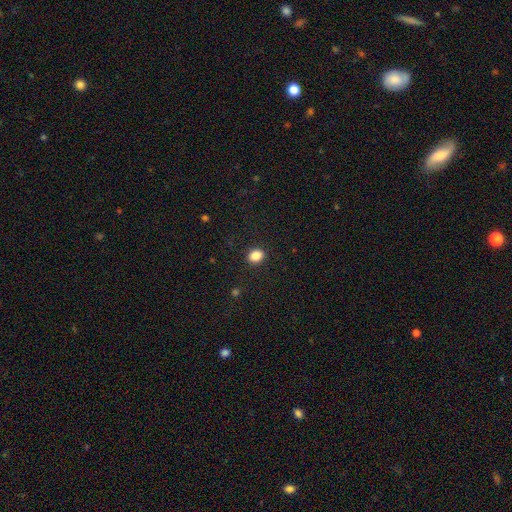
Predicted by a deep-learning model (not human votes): Overall: smooth (86%). How rounded: in between (50%; round 49%). Merging: none (90%).